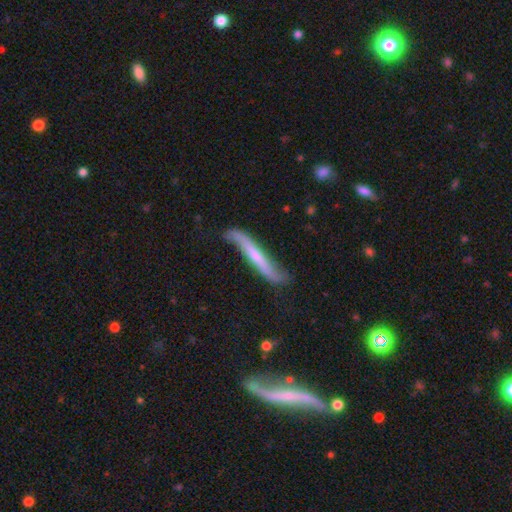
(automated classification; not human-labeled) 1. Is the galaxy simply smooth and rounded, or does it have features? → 64% featured or disk, 30% smooth, 6% star or artifact.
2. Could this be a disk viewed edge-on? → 60% yes, 40% no.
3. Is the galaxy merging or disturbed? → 57% none, 29% minor disturbance, 10% major disturbance, 3% merger.